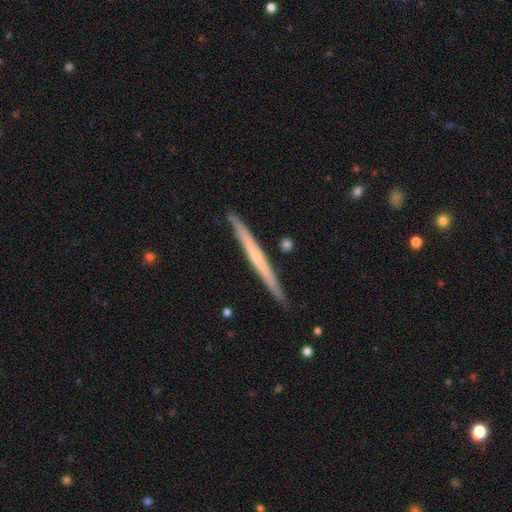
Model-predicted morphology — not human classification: This is possibly a featured or disk galaxy (54%). It is clearly viewed edge-on (97%). Edge-on bulge: likely none (78%). Merging: clearly none (90%).